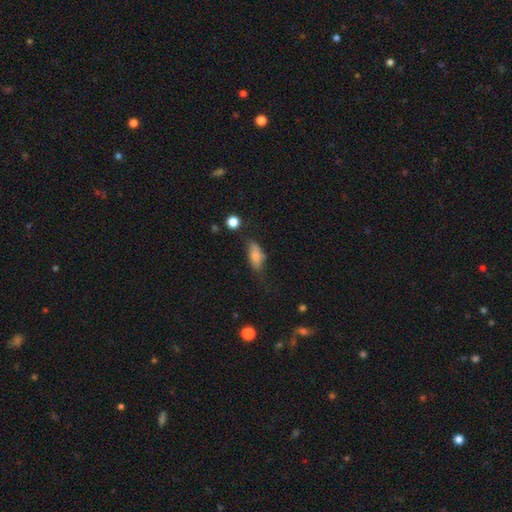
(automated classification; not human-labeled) The model was most divided on "merging": none: 47%, minor disturbance: 34%, major disturbance: 15%, merger: 4%. More confident: how rounded — in between (84%); smooth or featured — smooth (77%).